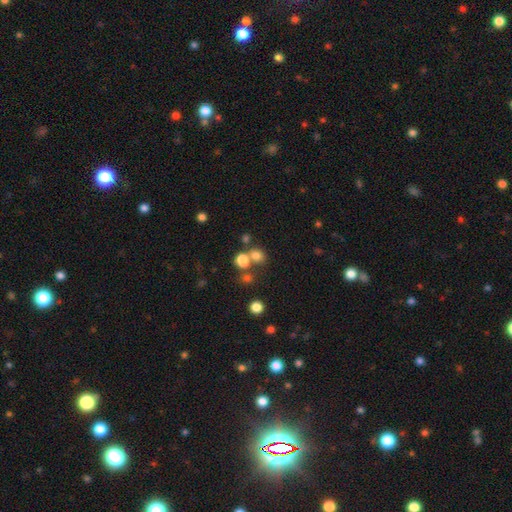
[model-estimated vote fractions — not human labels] A smooth galaxy with no disk features (75%) that is round (67%).

Vote fractions:
- Smooth or featured? smooth: 75% / star or artifact: 17% / featured or disk: 9%
- How rounded? round: 67% / in between: 32% / cigar-shaped: 1%
- Merging? none: 52% / merger: 34% / minor disturbance: 9% / major disturbance: 5%